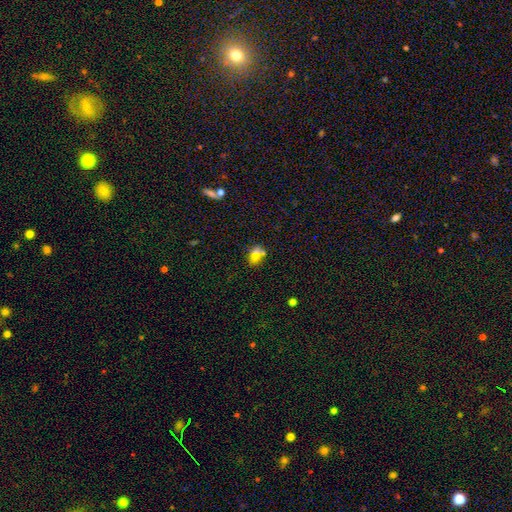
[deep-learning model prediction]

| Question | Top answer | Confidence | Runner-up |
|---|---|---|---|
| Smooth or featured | smooth | 61% | star or artifact (26%) |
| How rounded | in between | 59% | round (37%) |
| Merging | none | 61% | merger (20%) |